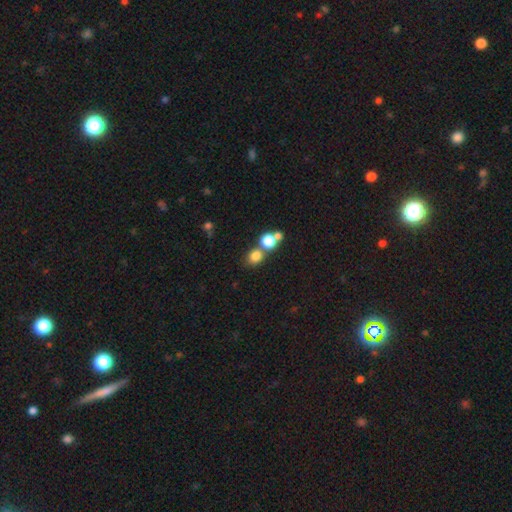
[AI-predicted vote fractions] A smooth galaxy with no disk features (77%) that is round (74%). Merging: none (56%).